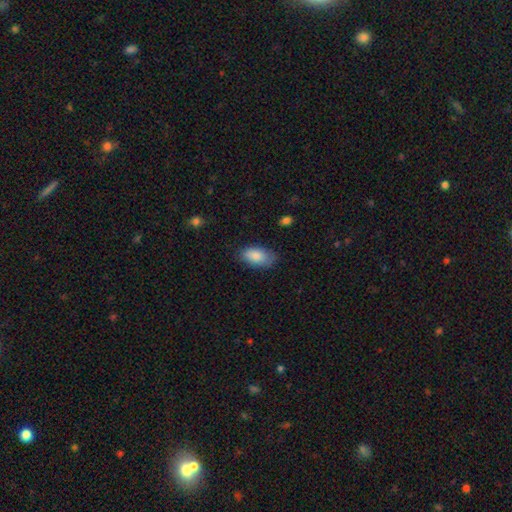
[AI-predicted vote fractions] This is clearly a smooth galaxy (86%). How rounded: clearly in between (93%). Merging: likely none (76%).